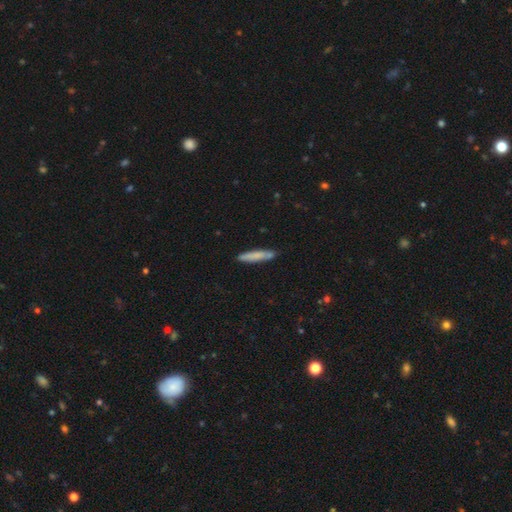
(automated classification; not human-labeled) Overall: smooth (74%). How rounded: cigar-shaped (90%). Merging: none (80%).